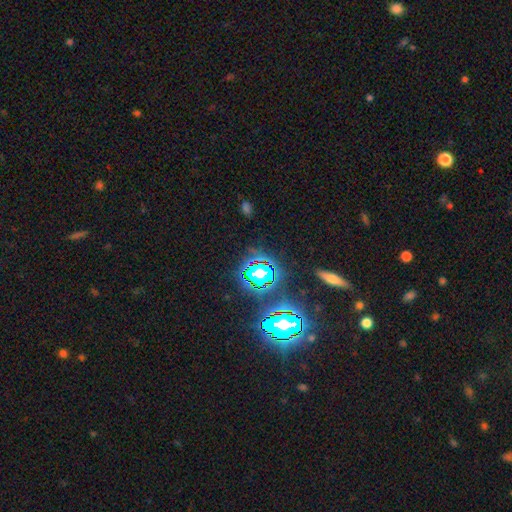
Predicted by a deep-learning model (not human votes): Smooth or featured? Predicted: star or artifact (p=0.78).